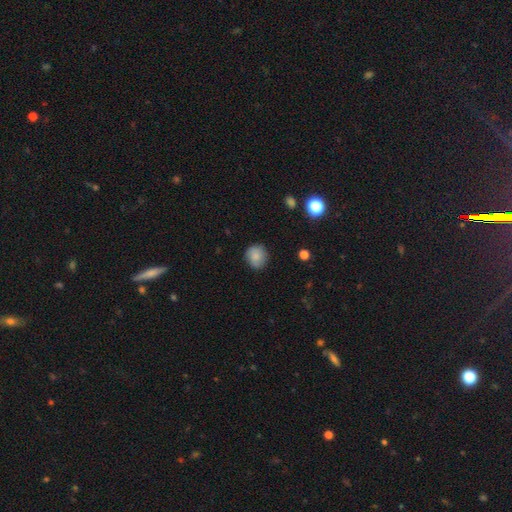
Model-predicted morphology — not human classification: Overall: smooth (83%). How rounded: round (80%). Merging: none (82%).